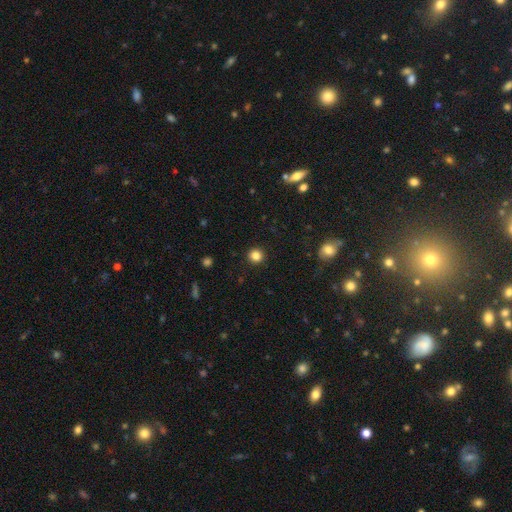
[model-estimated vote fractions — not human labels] Morphology: type=smooth (84%); roundness=round (94%); merging=none (93%).